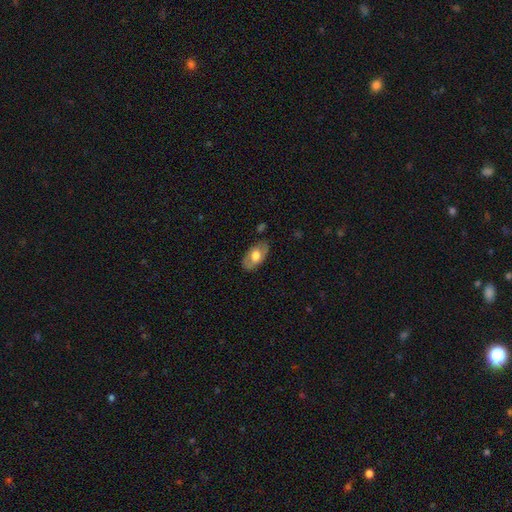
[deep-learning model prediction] Smooth or featured? smooth (59%)
How rounded? in between (92%)
Merging? none (78%)